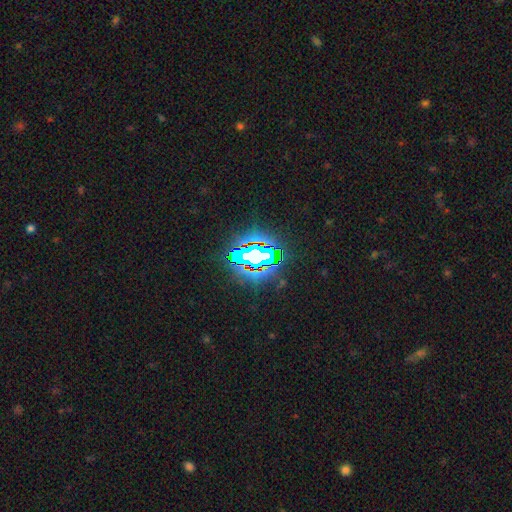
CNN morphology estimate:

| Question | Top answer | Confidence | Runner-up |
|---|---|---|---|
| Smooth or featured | star or artifact | 71% | smooth (15%) |